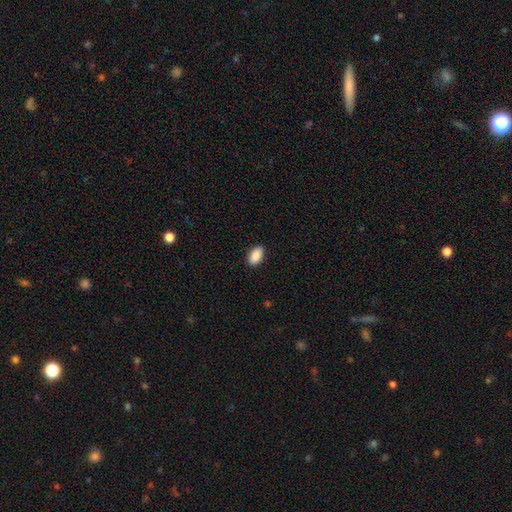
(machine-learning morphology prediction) Q: Smooth or featured?
A: smooth (90%); runner-up: star or artifact (7%)
Q: How rounded?
A: in between (94%); runner-up: round (4%)
Q: Merging?
A: none (89%); runner-up: minor disturbance (8%)